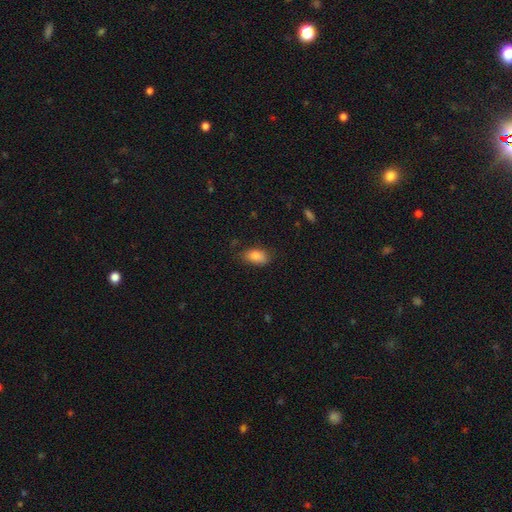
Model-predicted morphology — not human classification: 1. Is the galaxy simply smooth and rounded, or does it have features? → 86% smooth, 8% star or artifact, 6% featured or disk.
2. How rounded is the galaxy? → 90% in between, 7% round, 3% cigar-shaped.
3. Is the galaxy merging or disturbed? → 73% none, 21% minor disturbance, 5% major disturbance, 1% merger.